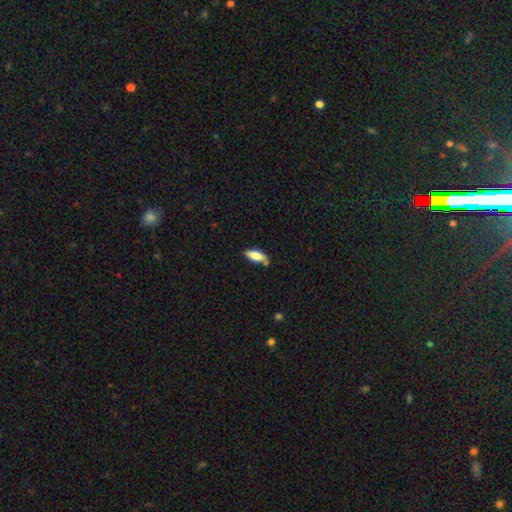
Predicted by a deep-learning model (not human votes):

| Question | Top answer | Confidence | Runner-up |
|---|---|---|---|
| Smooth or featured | smooth | 76% | featured or disk (18%) |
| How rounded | in between | 77% | cigar-shaped (20%) |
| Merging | none | 69% | minor disturbance (20%) |